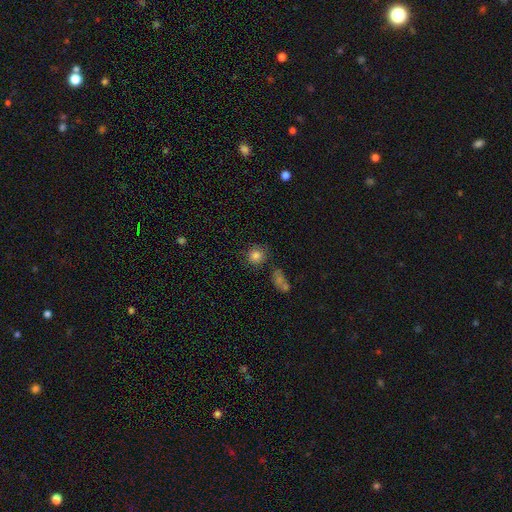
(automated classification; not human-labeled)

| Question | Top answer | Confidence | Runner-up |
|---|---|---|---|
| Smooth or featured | smooth | 82% | star or artifact (12%) |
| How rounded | round | 87% | in between (12%) |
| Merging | none | 73% | minor disturbance (14%) |